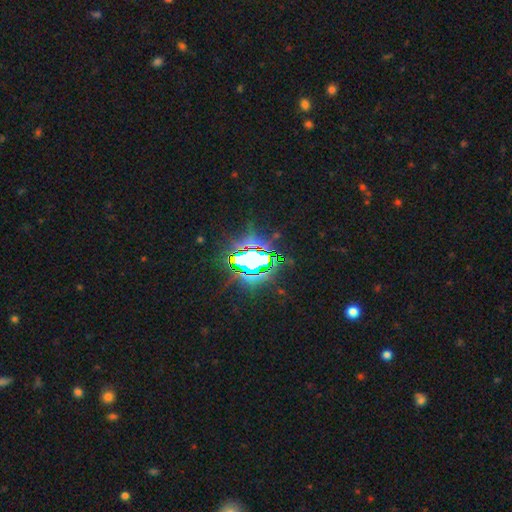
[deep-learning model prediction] A star or artifact, not a galaxy (75%).

Vote fractions:
- Smooth or featured? star or artifact: 75% / featured or disk: 13% / smooth: 12%